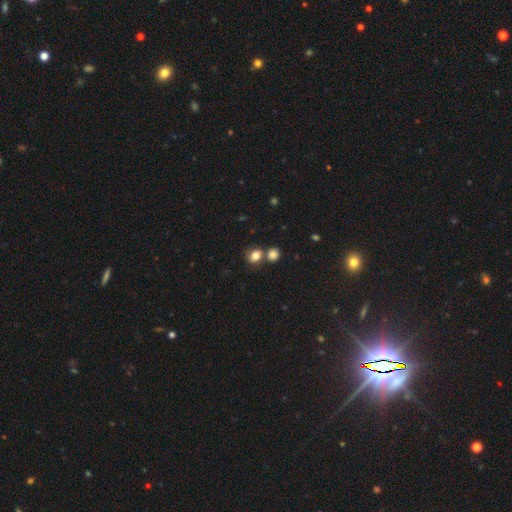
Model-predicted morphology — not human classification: Smooth or featured? Predicted: smooth (p=0.82). How rounded? Predicted: round (p=0.69). Merging? Predicted: none (p=0.57).